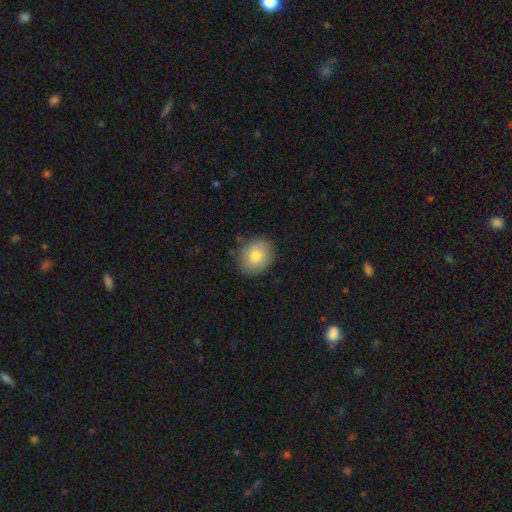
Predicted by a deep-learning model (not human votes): Morphology: type=smooth (78%); roundness=round (65%); merging=none (85%).